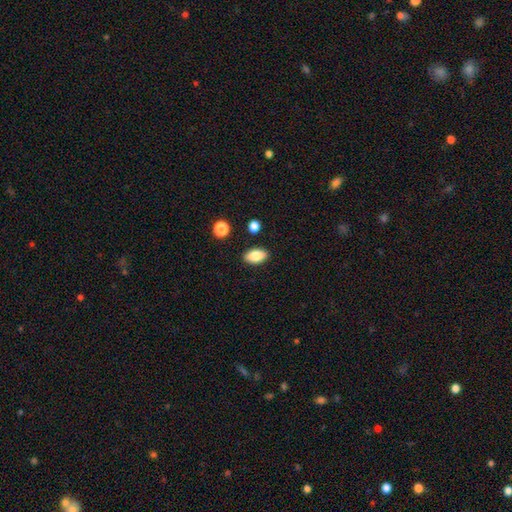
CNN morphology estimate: smooth-or-featured: smooth: 82% | featured or disk: 10% | star or artifact: 8%
  how-rounded: in between: 89% | round: 7% | cigar-shaped: 4%
  merging: none: 86% | minor disturbance: 9% | merger: 2% | major disturbance: 2%